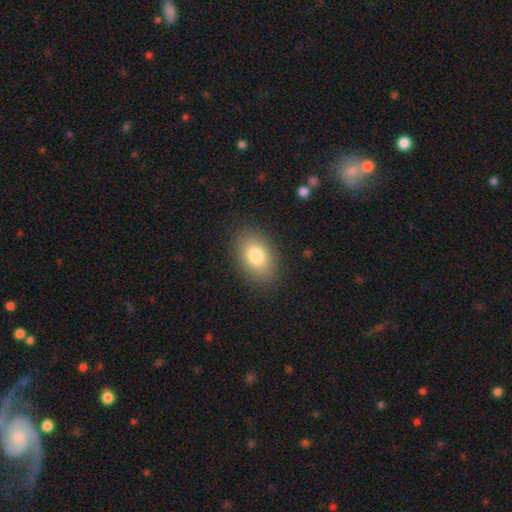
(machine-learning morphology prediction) Smooth or featured: smooth — 81% (featured or disk — 10%)
How rounded: in between — 86% (round — 13%)
Merging: none — 87% (minor disturbance — 9%)